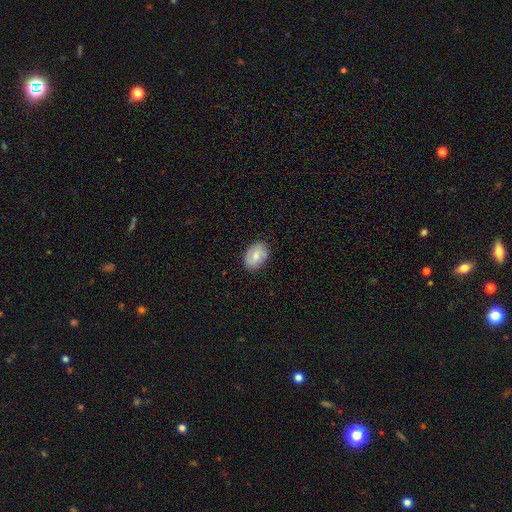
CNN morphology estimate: This appears to be a smooth galaxy with no disk features (65%) that is in between round and cigar-shaped (79%). Merging: none (85%).